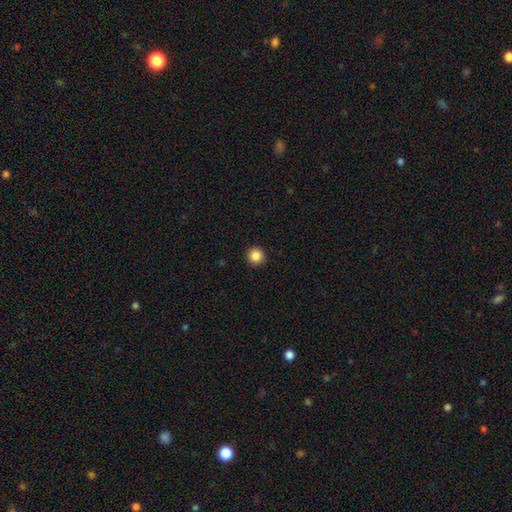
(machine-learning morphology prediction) type=smooth (86%); roundness=round (96%); merging=none (94%).